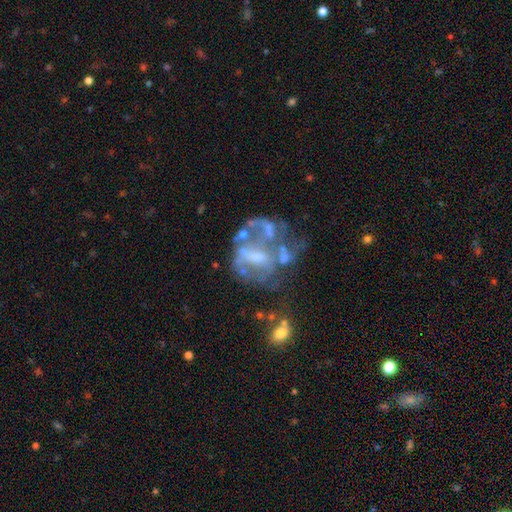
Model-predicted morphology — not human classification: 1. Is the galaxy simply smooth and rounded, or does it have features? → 74% featured or disk, 13% smooth, 13% star or artifact.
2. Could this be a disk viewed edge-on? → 98% no, 2% yes.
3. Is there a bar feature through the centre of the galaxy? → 52% no, 33% weak, 15% strong.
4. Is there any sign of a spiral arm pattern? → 68% no, 32% yes.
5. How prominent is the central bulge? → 35% none, 31% moderate, 30% small, 3% large, 1% dominant.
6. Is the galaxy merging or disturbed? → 34% major disturbance, 33% none, 18% merger, 15% minor disturbance.